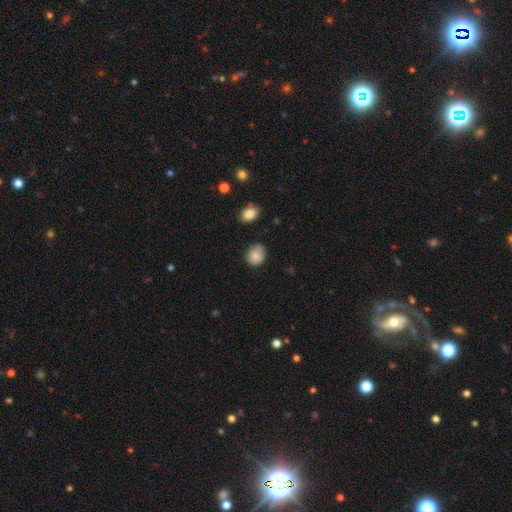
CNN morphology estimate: smooth_or_featured: smooth (p=0.85) [alt: star or artifact p=0.08]
how_rounded: round (p=0.72) [alt: in between p=0.27]
merging: none (p=0.71) [alt: minor disturbance p=0.22]